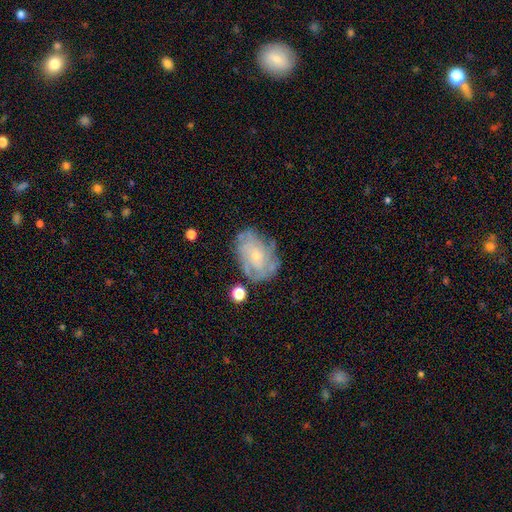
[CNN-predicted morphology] smooth-or-featured: featured or disk: 68% | smooth: 23% | star or artifact: 9%
  disk-edge-on: no: 96% | yes: 4%
    bar: no: 79% | weak: 17% | strong: 3%
    has-spiral-arms: yes: 78% | no: 22%
      spiral-winding: tight: 59% | medium: 29% | loose: 12%
      spiral-arm-count: can't tell: 53% | 4: 12% | 3: 12% | 2: 12% | more than 4: 6% | 1: 5%
    bulge-size: small: 75% | moderate: 21% | none: 2% | large: 1% | dominant: 1%
  merging: none: 66% | minor disturbance: 21% | major disturbance: 9% | merger: 4%